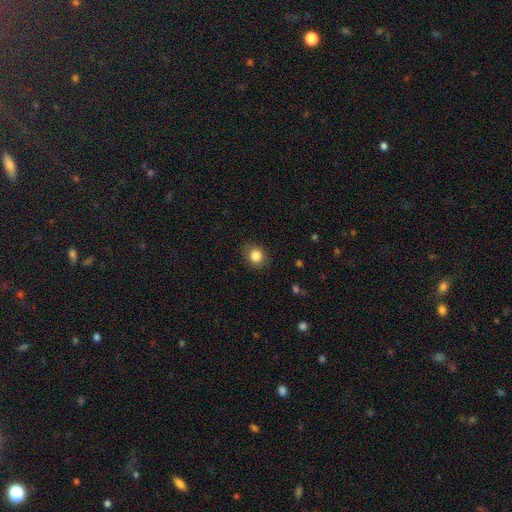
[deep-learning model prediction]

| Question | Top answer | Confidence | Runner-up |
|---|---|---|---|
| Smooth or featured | smooth | 85% | star or artifact (10%) |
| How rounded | round | 73% | in between (26%) |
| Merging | none | 85% | minor disturbance (11%) |